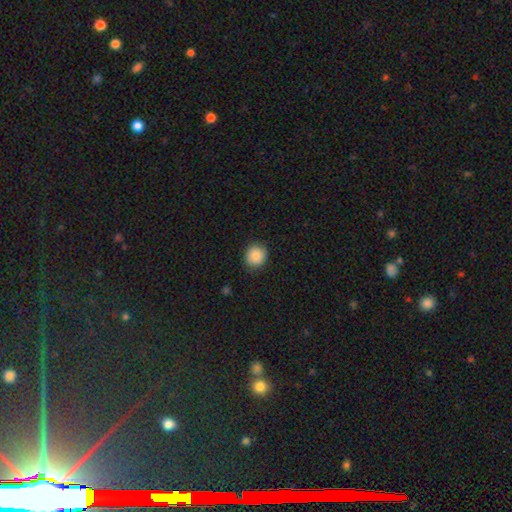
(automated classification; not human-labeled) Smooth or featured: smooth — 88% (star or artifact — 8%)
How rounded: round — 85% (in between — 14%)
Merging: none — 88% (minor disturbance — 8%)